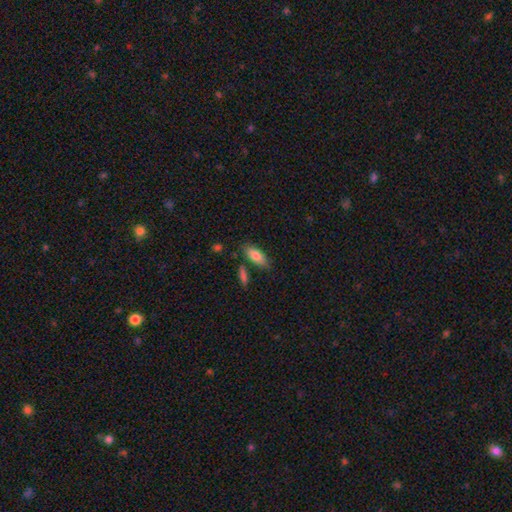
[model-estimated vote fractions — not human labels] This appears to be a smooth galaxy with no disk features (80%) that is in between round and cigar-shaped (81%). Merging: none (76%).